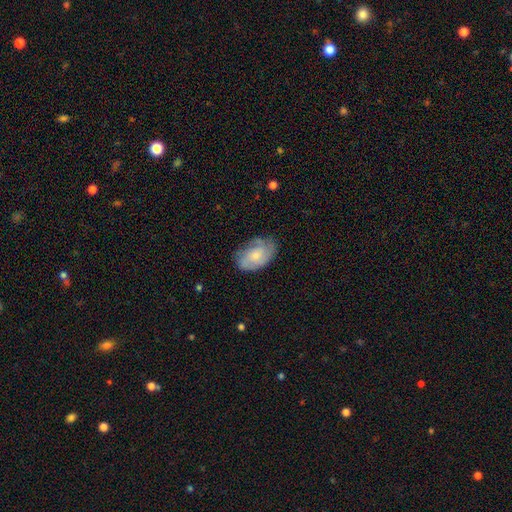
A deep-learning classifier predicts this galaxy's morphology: This appears to be a featured or disk galaxy (49%). Merging: none (65%).